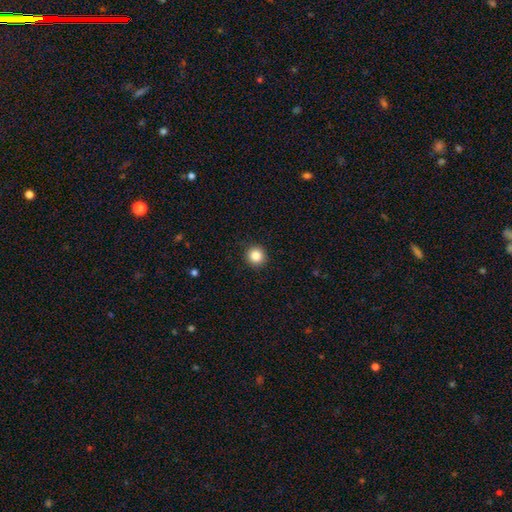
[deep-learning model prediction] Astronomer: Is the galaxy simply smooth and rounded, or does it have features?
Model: smooth — 86%.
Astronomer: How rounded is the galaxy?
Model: round — 93%.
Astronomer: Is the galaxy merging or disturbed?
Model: none — 92%.